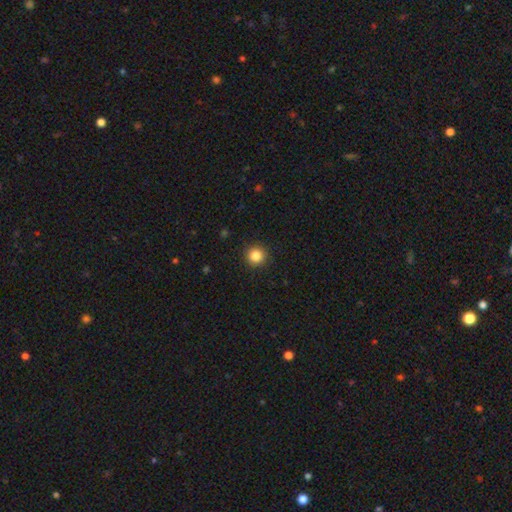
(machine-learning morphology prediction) smooth-or-featured: smooth: 84% | star or artifact: 11% | featured or disk: 4%
  how-rounded: round: 96% | in between: 3% | cigar-shaped: 1%
  merging: none: 93% | minor disturbance: 5% | major disturbance: 2% | merger: 1%